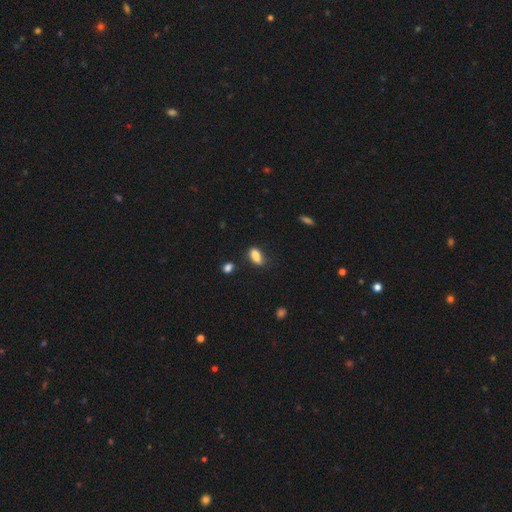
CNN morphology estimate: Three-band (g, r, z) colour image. It shows a smooth galaxy with no disk features (85%) that is in between round and cigar-shaped (84%). Merging: none (69%).